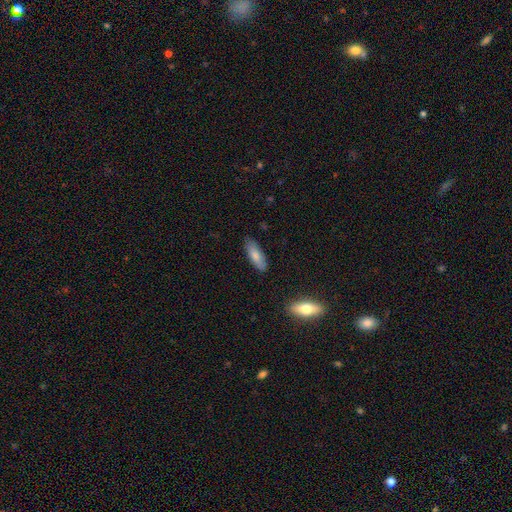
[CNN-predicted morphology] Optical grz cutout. It shows a smooth galaxy with no disk features (79%) that is in between round and cigar-shaped (62%). Merging: none (84%).